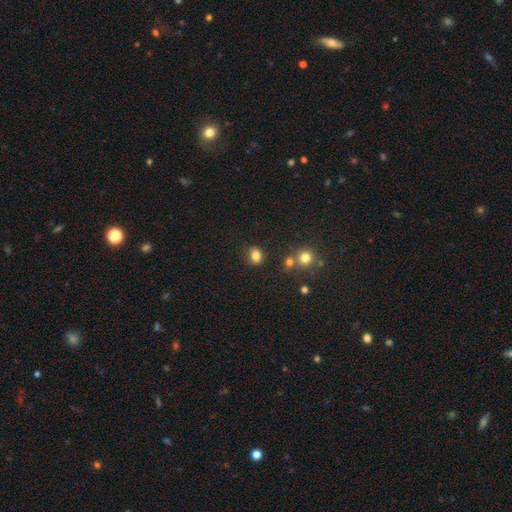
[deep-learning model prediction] Smooth or featured?
  - smooth: 82% *
  - star or artifact: 12%
  - featured or disk: 6%
How rounded?
  - round: 52% *
  - in between: 47%
  - cigar-shaped: 1%
Merging?
  - none: 79% *
  - minor disturbance: 12%
  - merger: 6%
  - major disturbance: 3%